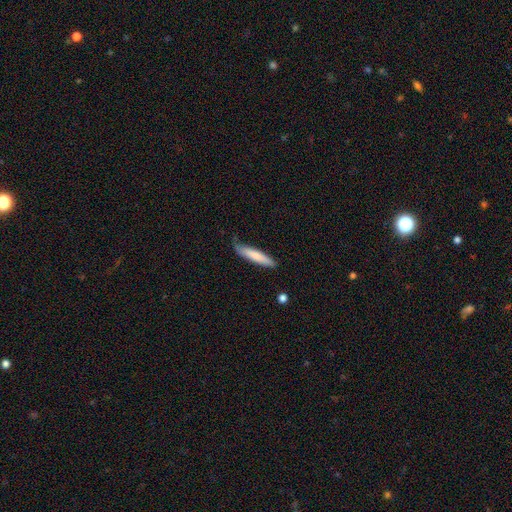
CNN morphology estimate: A smooth galaxy with no disk features (74%) that is cigar-shaped (87%).

Vote fractions:
- Smooth or featured? smooth: 74% / featured or disk: 21% / star or artifact: 5%
- How rounded? cigar-shaped: 87% / in between: 11% / round: 1%
- Merging? none: 65% / minor disturbance: 27% / major disturbance: 6% / merger: 2%